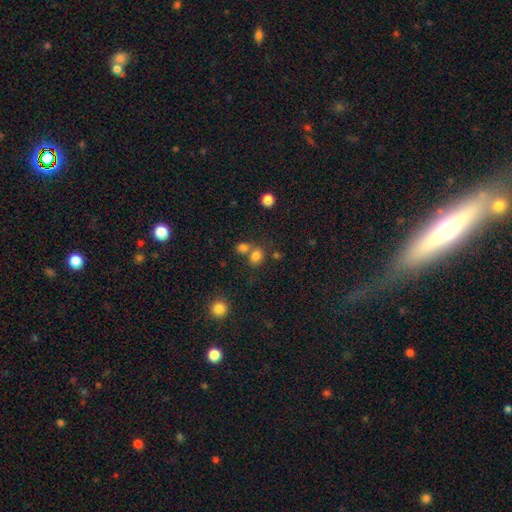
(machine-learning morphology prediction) The model was most divided on "how rounded": round: 50%, in between: 49%, cigar-shaped: 1%. More confident: smooth or featured — smooth (79%); merging — none (51%).